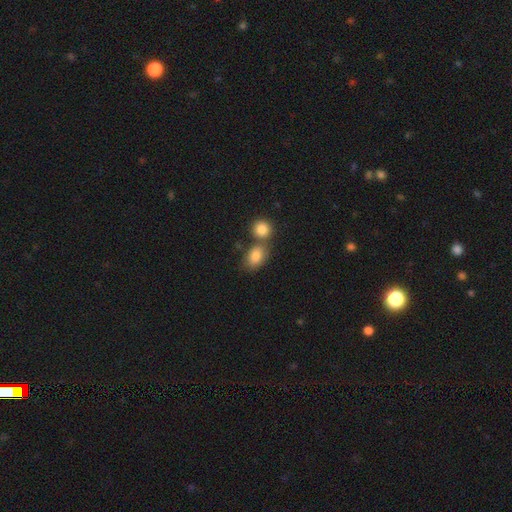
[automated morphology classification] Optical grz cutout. It shows a smooth galaxy with no disk features (83%) that is in between round and cigar-shaped (76%). Merging: none (45%).